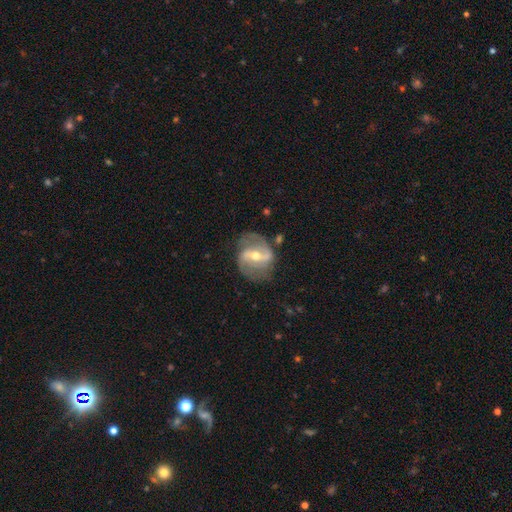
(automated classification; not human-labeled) featured or disk 86%, smooth 9%, star or artifact 5%. Down the decision tree: edge-on disk — no (97%); bar — strong (44%); spiral arms — yes (93%); spiral arm count — 2 (88%); spiral winding — medium (49%); bulge size — moderate (65%); merging — none (72%).